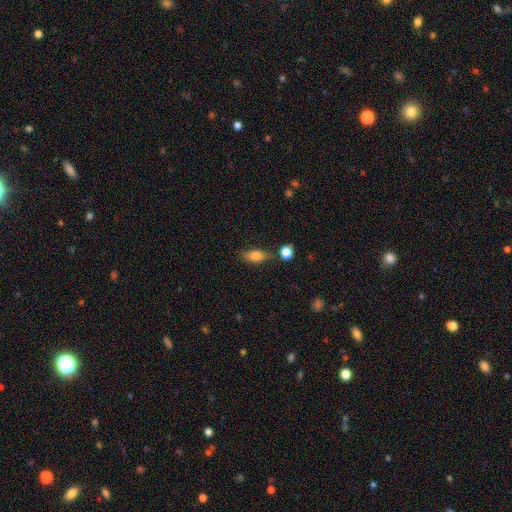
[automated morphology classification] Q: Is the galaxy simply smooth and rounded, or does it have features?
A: smooth — 76%.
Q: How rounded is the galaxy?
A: in between — 77%.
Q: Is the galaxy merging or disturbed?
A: none — 72%.